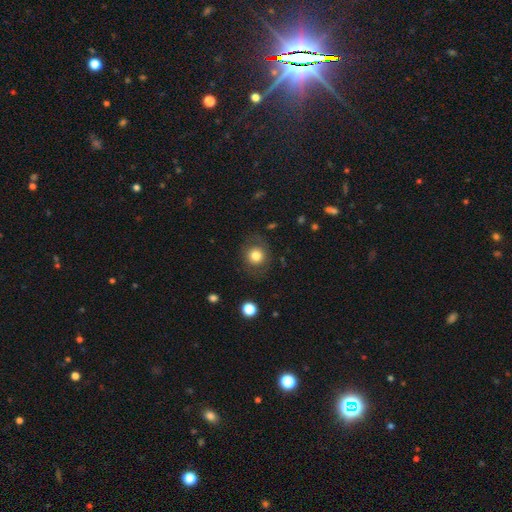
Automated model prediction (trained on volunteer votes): Q: Smooth or featured?
A: smooth (79%); runner-up: featured or disk (11%)
Q: How rounded?
A: round (81%); runner-up: in between (18%)
Q: Merging?
A: none (80%); runner-up: minor disturbance (12%)